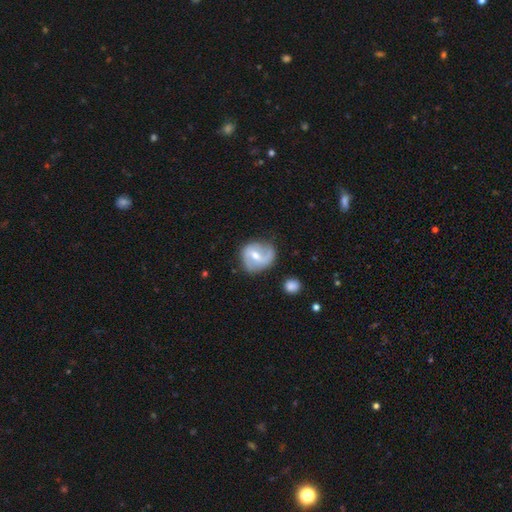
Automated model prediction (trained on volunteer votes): A featured or disk galaxy (70%) with a weak bar (51%), 2 (70%) medium (43%) spiral arms (84%) and a moderate central bulge (65%). Merging: none (62%).